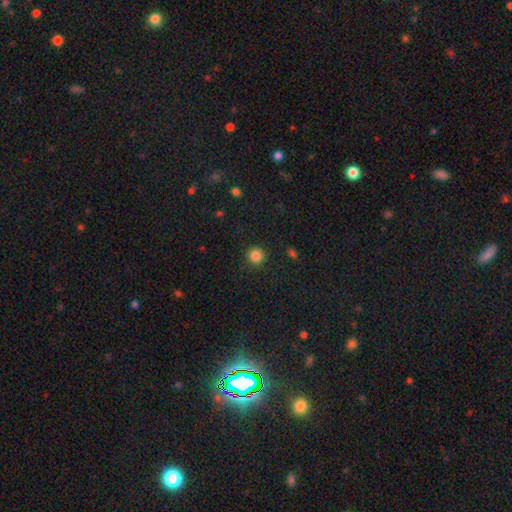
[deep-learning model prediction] Smooth or featured? smooth (85%)
How rounded? round (93%)
Merging? none (90%)